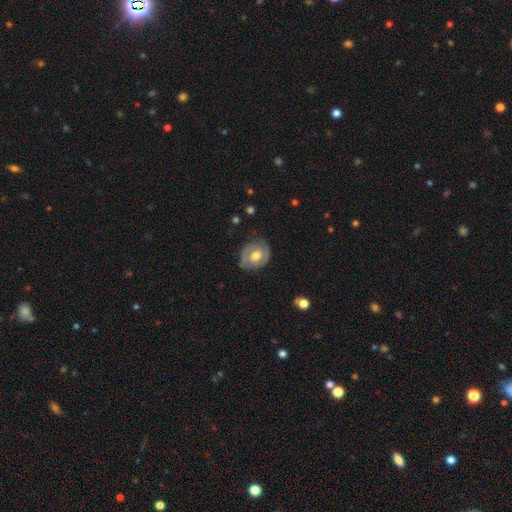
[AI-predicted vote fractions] A featured or disk galaxy (68%) with no bar (61%), 2 (76%) tight (51%) spiral arms (79%) and a moderate central bulge (73%). Merging: none (74%).